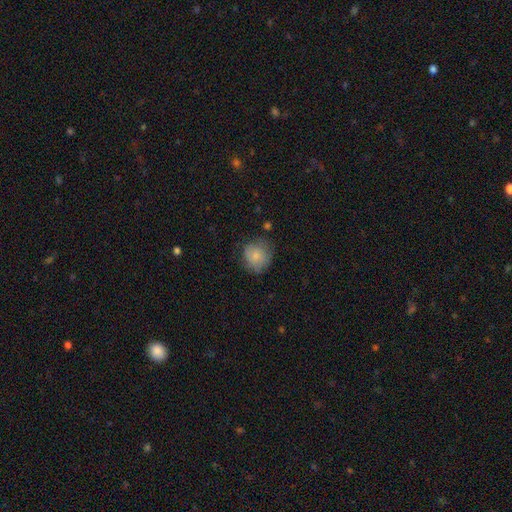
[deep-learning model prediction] Smooth or featured? smooth (79%)
How rounded? round (86%)
Merging? none (67%)